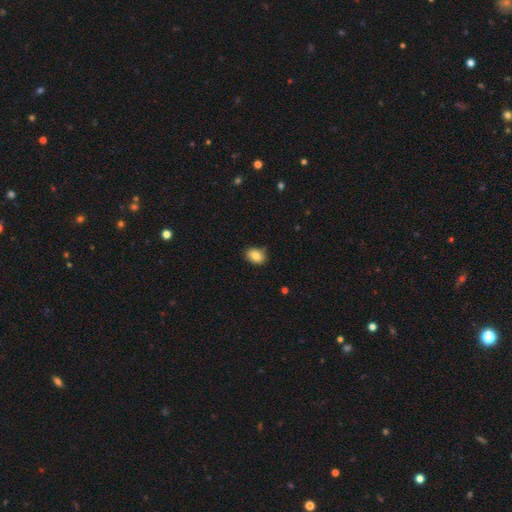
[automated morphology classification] The model was most divided on "how rounded": in between: 73%, round: 26%, cigar-shaped: 1%. More confident: smooth or featured — smooth (85%); merging — none (82%).